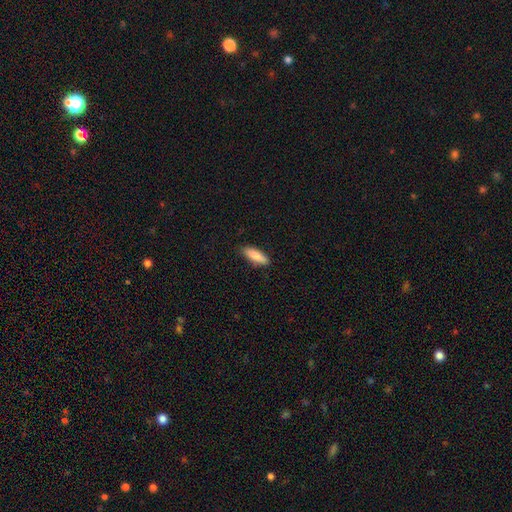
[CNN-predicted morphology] Smooth or featured: smooth — 86% (featured or disk — 8%)
How rounded: in between — 55% (cigar-shaped — 43%)
Merging: none — 86% (minor disturbance — 11%)